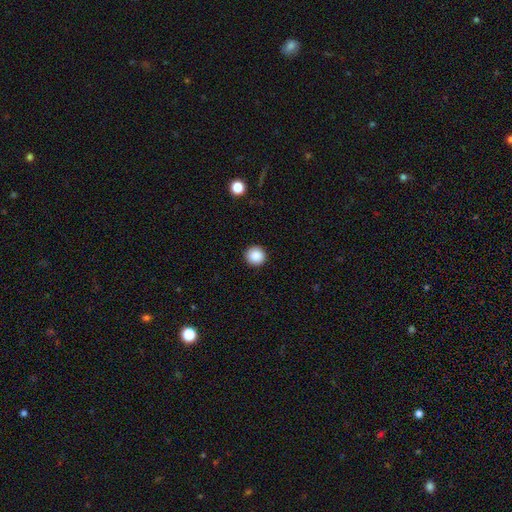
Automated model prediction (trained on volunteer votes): Smooth or featured? Predicted: smooth (p=0.88). How rounded? Predicted: round (p=0.95). Merging? Predicted: none (p=0.93).